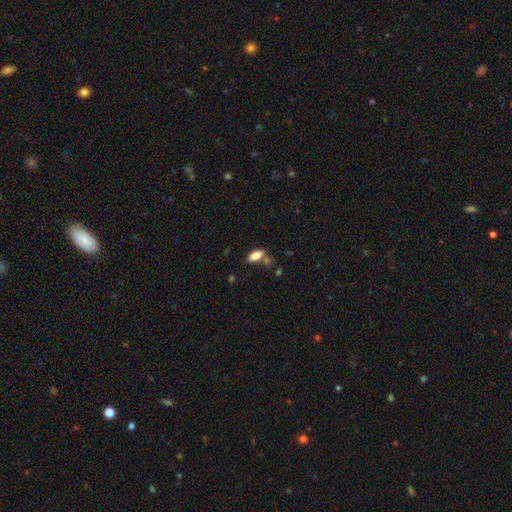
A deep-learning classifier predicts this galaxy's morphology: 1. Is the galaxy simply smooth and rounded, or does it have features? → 84% smooth, 9% star or artifact, 7% featured or disk.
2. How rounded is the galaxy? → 91% in between, 6% cigar-shaped, 3% round.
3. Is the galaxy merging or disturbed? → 63% none, 17% merger, 16% minor disturbance, 5% major disturbance.